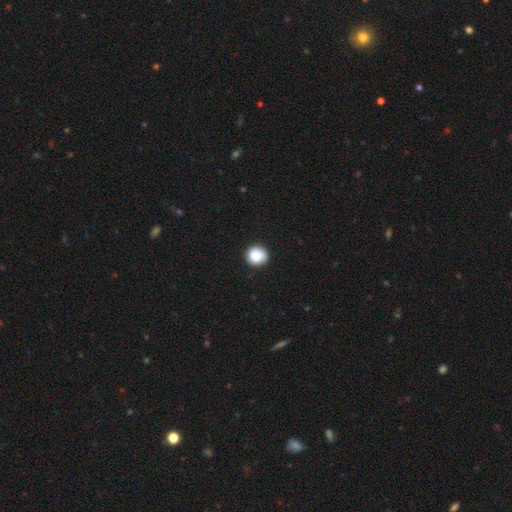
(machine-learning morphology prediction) Smooth or featured: smooth — 85% (star or artifact — 9%)
How rounded: round — 91% (in between — 8%)
Merging: none — 84% (minor disturbance — 12%)